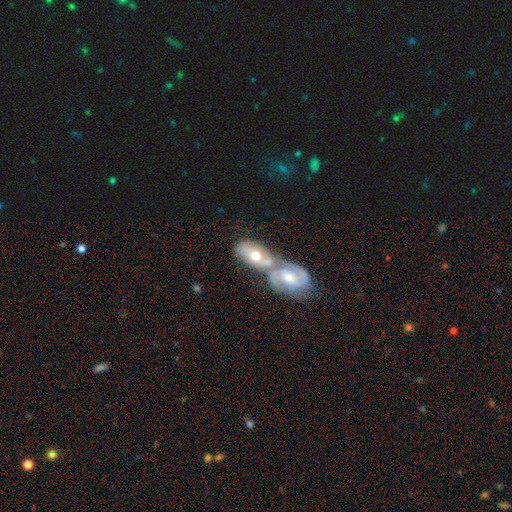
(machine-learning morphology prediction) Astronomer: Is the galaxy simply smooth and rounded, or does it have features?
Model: featured or disk — 60% (runner-up: smooth, 35%).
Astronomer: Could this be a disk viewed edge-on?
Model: no — 90%.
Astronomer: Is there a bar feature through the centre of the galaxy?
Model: no — 57% (runner-up: weak, 33%).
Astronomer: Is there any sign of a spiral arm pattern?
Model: yes — 76%.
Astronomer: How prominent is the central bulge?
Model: moderate — 70%.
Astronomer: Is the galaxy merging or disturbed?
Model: merger — 69%.